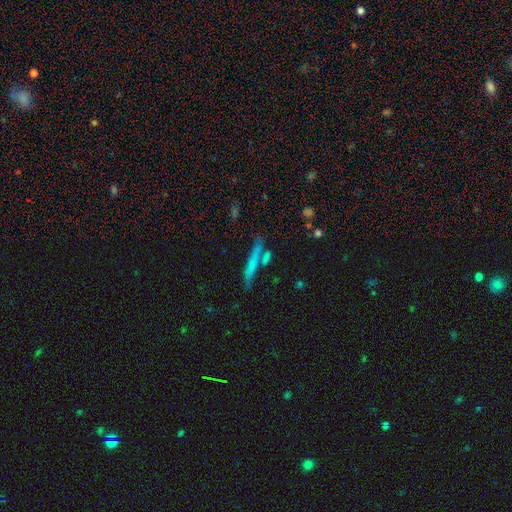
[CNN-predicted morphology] smooth-or-featured: smooth: 57% | featured or disk: 35% | star or artifact: 9%
  how-rounded: cigar-shaped: 91% | in between: 6% | round: 3%
  merging: none: 73% | merger: 12% | minor disturbance: 12% | major disturbance: 4%